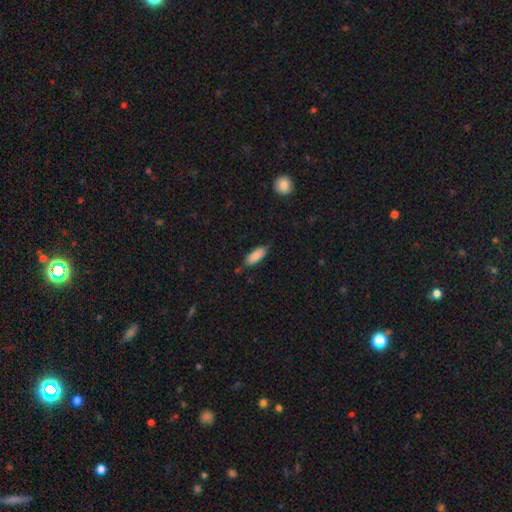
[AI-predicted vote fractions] A smooth galaxy with no disk features (86%) that is in between round and cigar-shaped (74%). Merging: none (72%).